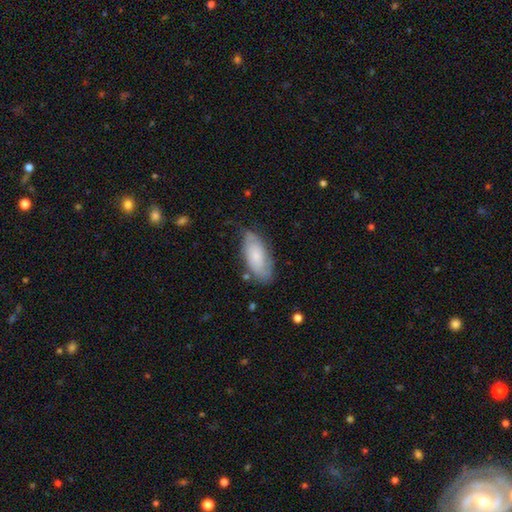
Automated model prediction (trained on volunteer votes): A smooth galaxy with no disk features (50%).

Vote fractions:
- Smooth or featured? smooth: 50% / featured or disk: 42% / star or artifact: 8%
- Merging? none: 67% / minor disturbance: 24% / major disturbance: 7% / merger: 2%